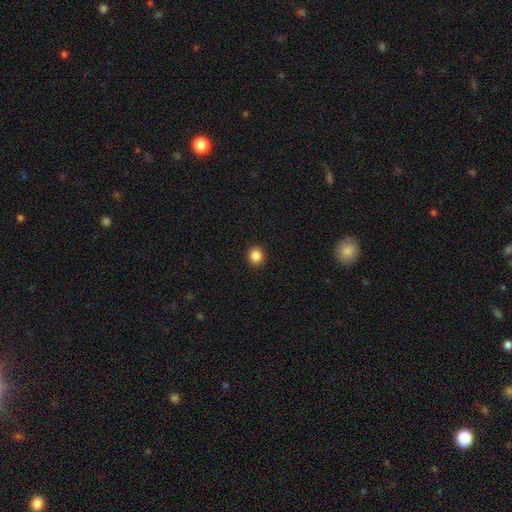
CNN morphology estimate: smooth_or_featured: smooth (p=0.86) [alt: star or artifact p=0.10]
how_rounded: round (p=0.87) [alt: in between p=0.12]
merging: none (p=0.93) [alt: minor disturbance p=0.05]